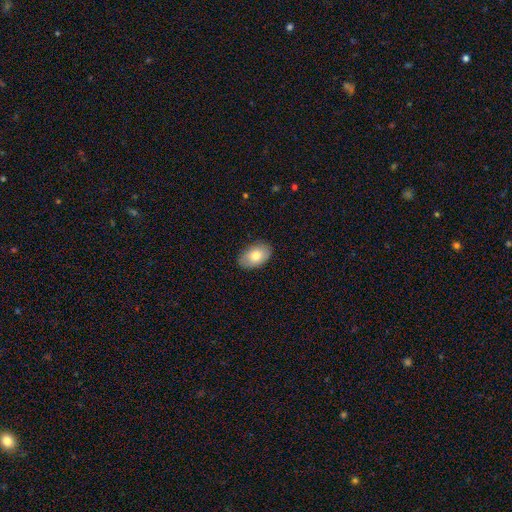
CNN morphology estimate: Smooth or featured? Predicted: smooth (p=0.79). How rounded? Predicted: in between (p=0.90). Merging? Predicted: none (p=0.88).